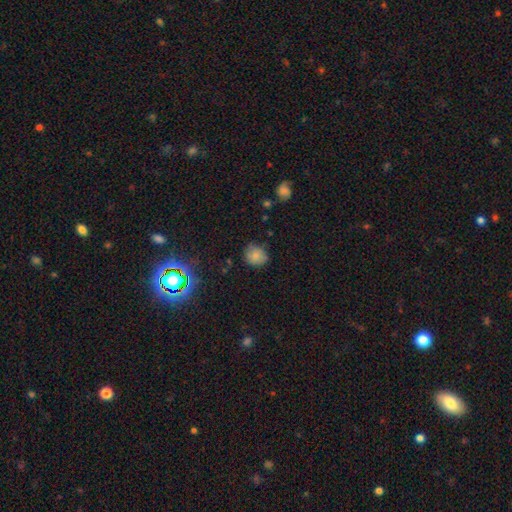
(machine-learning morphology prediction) This is likely a smooth galaxy (79%). How rounded: likely round (77%). Merging: likely none (73%).